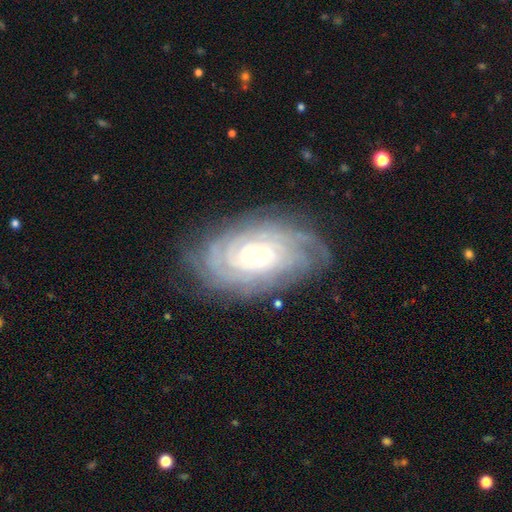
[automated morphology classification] featured or disk 88%, smooth 7%, star or artifact 6%. Down the decision tree: edge-on disk — no (96%); bar — no (77%); spiral arms — yes (97%); spiral arm count — can't tell (31%); spiral winding — tight (85%); bulge size — small (64%); merging — none (79%).